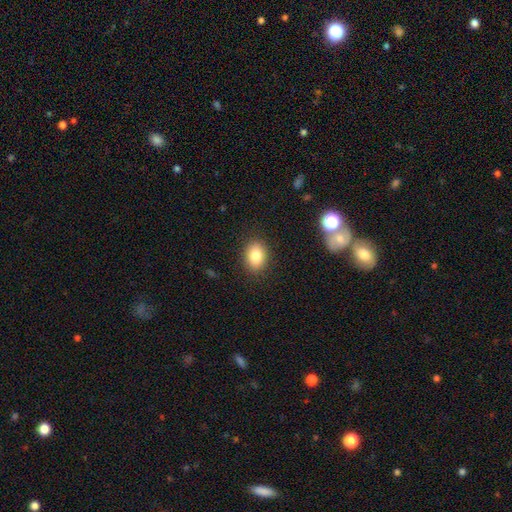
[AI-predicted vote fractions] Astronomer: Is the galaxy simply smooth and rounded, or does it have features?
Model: smooth — 82%.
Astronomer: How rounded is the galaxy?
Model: in between — 66%.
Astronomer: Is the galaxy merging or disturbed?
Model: none — 87%.